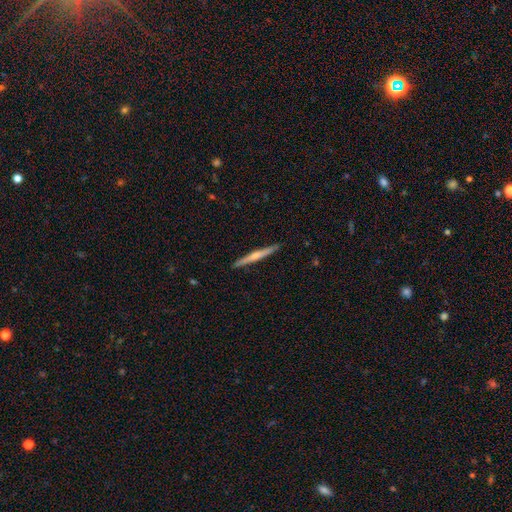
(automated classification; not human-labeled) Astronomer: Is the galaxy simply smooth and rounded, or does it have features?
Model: featured or disk — 58% (runner-up: smooth, 37%).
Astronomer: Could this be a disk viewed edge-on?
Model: yes — 97%.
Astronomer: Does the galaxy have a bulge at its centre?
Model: rounded — 69%.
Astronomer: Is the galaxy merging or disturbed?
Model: none — 90%.